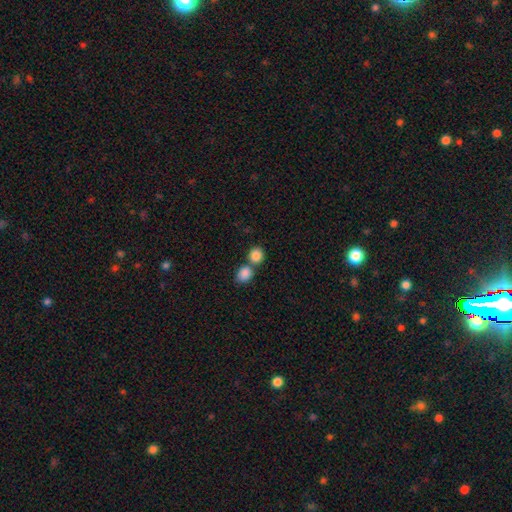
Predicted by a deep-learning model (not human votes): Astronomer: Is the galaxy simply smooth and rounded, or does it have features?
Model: smooth — 86%.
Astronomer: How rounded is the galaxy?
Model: round — 79%.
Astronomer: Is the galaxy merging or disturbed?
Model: none — 49% (runner-up: merger, 41%).